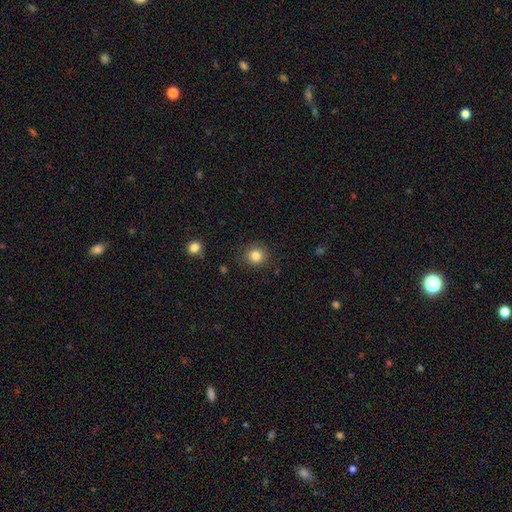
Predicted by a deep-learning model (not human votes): A smooth galaxy with no disk features (83%) that is round (87%). Merging: none (88%).